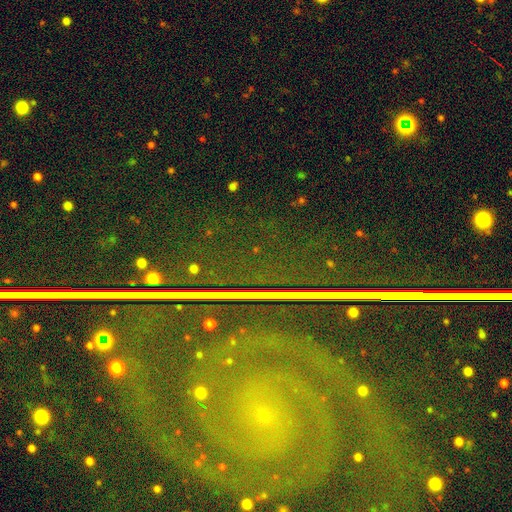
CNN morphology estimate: Smooth or featured: featured or disk — 59% (star or artifact — 32%)
Edge-on disk: no — 92% (yes — 8%)
Bar: no — 64% (weak — 22%)
Spiral arms: yes — 97% (no — 3%)
Spiral winding: tight — 77% (medium — 19%)
Spiral arm count: 2 — 37% (3 — 18%)
Bulge size: small — 81% (moderate — 13%)
Merging: none — 82% (minor disturbance — 11%)